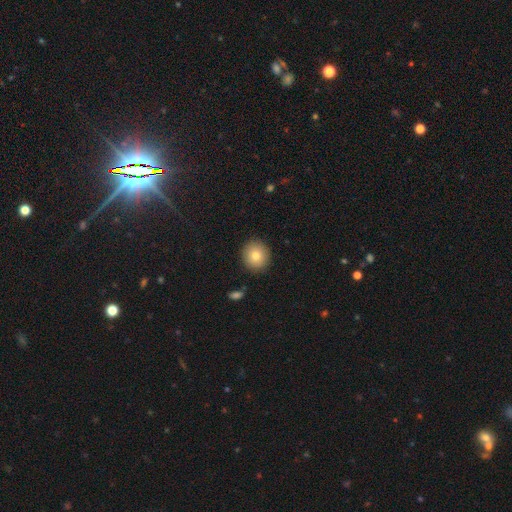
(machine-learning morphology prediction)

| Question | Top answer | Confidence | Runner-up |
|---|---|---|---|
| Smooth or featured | smooth | 78% | featured or disk (12%) |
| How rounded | round | 89% | in between (10%) |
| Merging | none | 90% | minor disturbance (7%) |